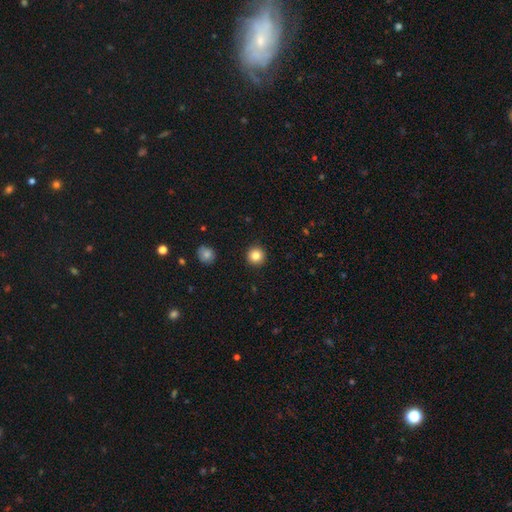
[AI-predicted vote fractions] Smooth or featured? smooth (84%)
How rounded? round (96%)
Merging? none (93%)